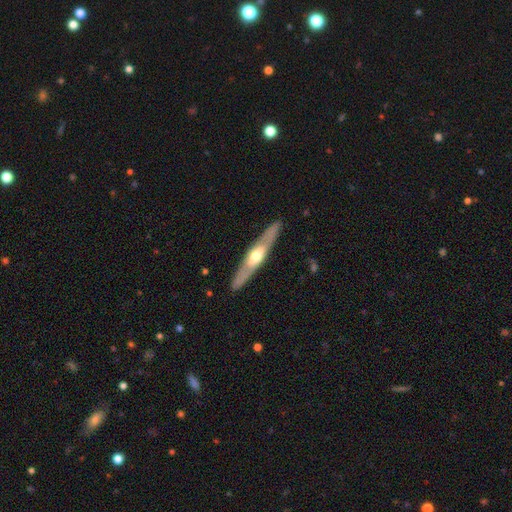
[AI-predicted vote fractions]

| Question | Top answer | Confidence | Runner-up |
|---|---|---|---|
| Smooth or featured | featured or disk | 65% | smooth (30%) |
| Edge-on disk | yes | 82% | no (18%) |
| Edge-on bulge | rounded | 86% | none (9%) |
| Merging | none | 88% | minor disturbance (8%) |